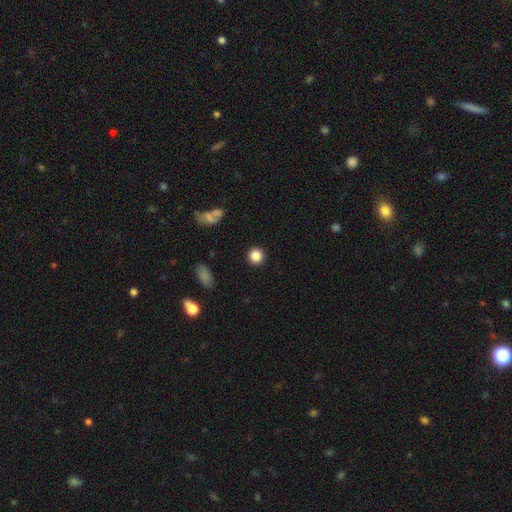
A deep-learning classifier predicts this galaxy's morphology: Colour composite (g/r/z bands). It shows a smooth galaxy with no disk features (85%) that is round (93%). Merging: none (91%).